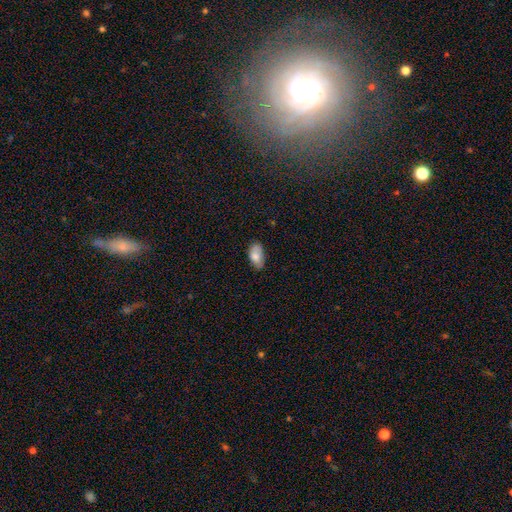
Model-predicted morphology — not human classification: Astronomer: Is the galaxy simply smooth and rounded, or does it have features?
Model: smooth — 79%.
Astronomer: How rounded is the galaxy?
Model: in between — 94%.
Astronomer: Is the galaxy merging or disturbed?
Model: none — 70%.